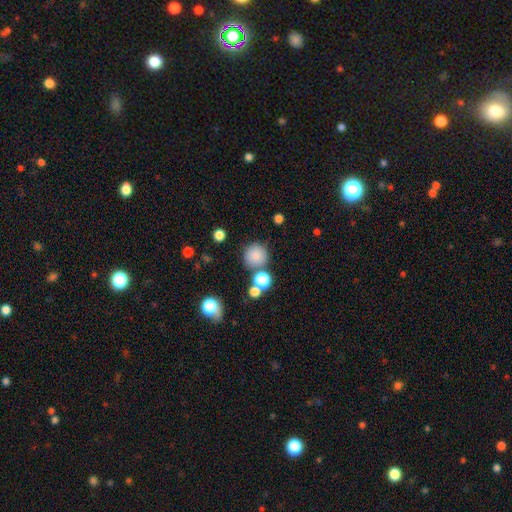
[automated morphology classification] type=smooth (82%); roundness=round (93%); merging=none (77%).